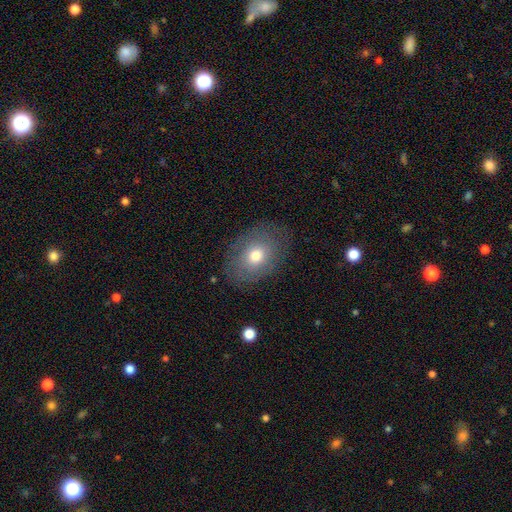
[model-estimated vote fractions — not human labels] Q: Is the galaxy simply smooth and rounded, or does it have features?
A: smooth — 70%.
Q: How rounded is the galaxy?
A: in between — 76%.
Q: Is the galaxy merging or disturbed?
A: none — 80%.